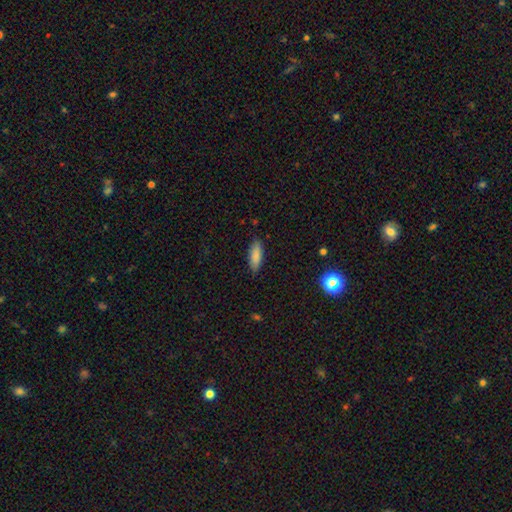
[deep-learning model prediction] smooth 85%, featured or disk 8%, star or artifact 7%. Down the decision tree: how rounded — in between (63%); merging — none (87%).